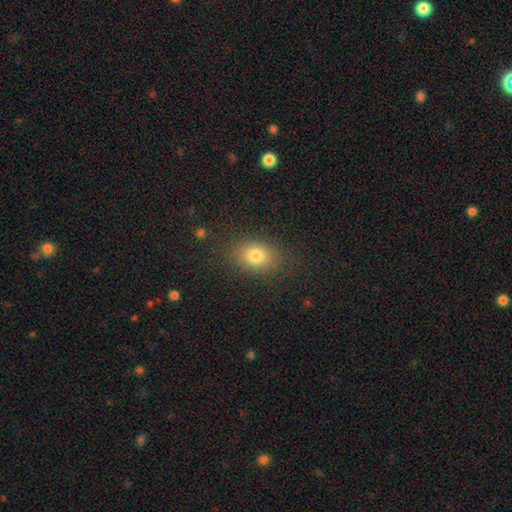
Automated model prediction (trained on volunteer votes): A smooth galaxy with no disk features (79%) that is in between round and cigar-shaped (68%).

Vote fractions:
- Smooth or featured? smooth: 79% / star or artifact: 12% / featured or disk: 10%
- How rounded? in between: 68% / round: 31% / cigar-shaped: 2%
- Merging? none: 83% / minor disturbance: 11% / major disturbance: 4% / merger: 1%